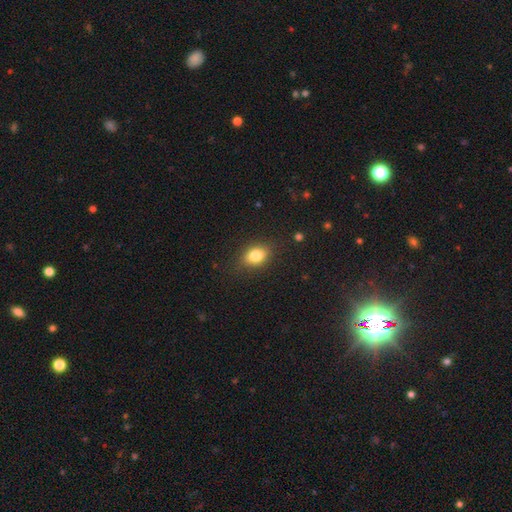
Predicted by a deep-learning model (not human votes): smooth-or-featured: smooth: 80% | featured or disk: 10% | star or artifact: 10%
  how-rounded: in between: 72% | round: 26% | cigar-shaped: 2%
  merging: none: 83% | minor disturbance: 12% | major disturbance: 3% | merger: 1%